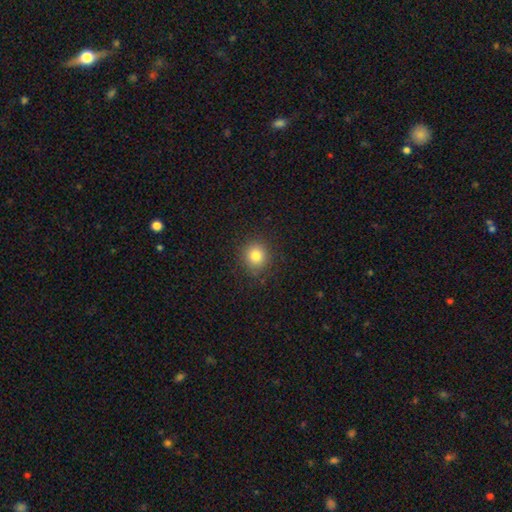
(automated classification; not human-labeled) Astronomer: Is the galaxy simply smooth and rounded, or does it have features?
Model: smooth — 82%.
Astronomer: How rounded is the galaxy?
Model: round — 88%.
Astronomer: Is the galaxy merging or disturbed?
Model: none — 88%.